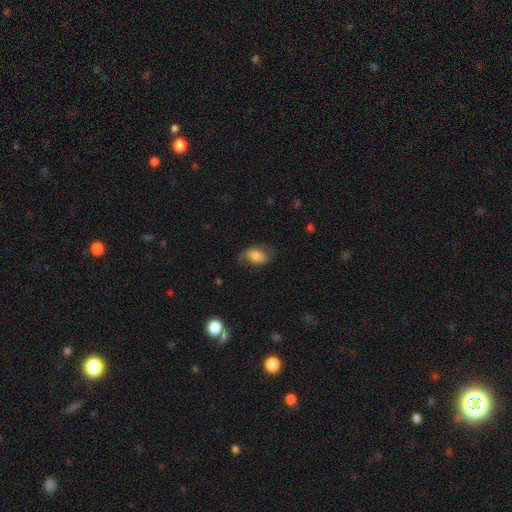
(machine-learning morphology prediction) Smooth or featured? smooth (68%)
How rounded? in between (88%)
Merging? none (64%)